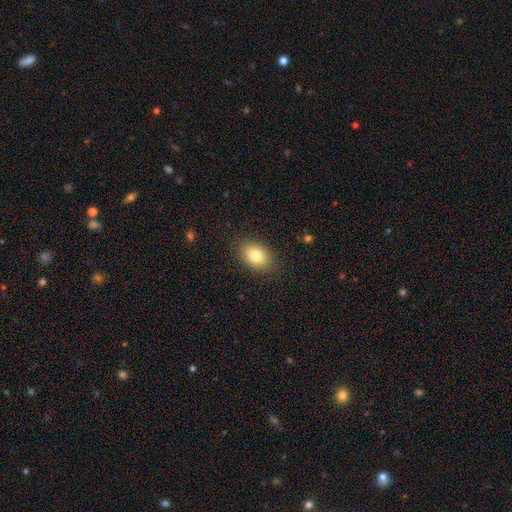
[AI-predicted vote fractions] A smooth galaxy with no disk features (80%) that is in between round and cigar-shaped (77%). Merging: none (86%).